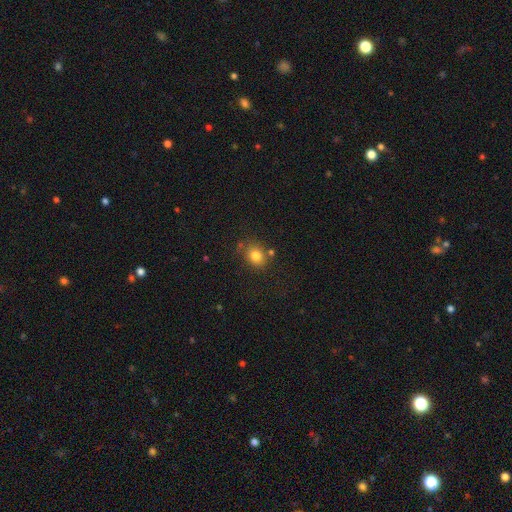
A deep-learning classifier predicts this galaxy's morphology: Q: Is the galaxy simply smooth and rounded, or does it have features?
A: smooth — 80%.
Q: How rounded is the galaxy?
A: round — 63%.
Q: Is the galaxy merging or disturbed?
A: none — 73%.